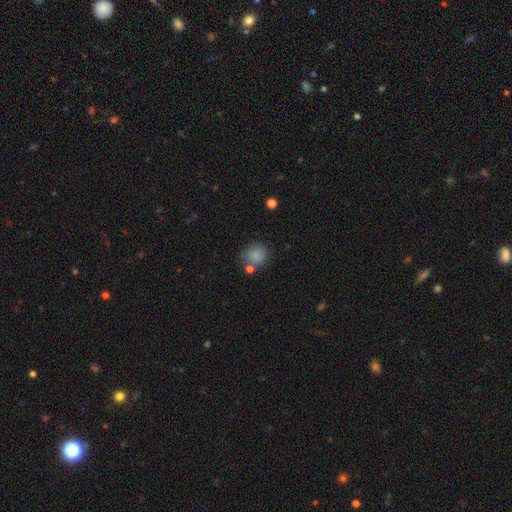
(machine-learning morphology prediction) A smooth galaxy with no disk features (84%) that is round (78%). Merging: none (67%).